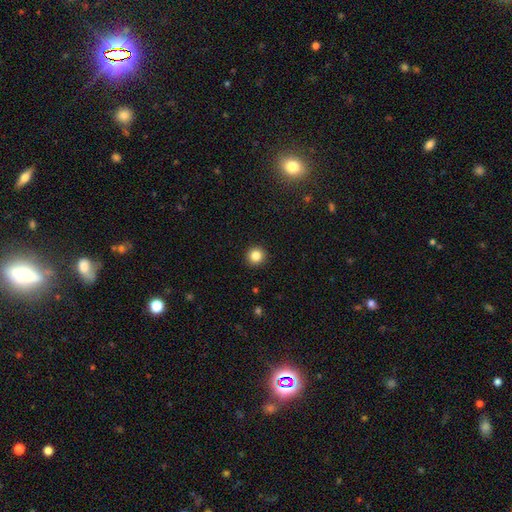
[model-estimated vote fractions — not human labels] Morphology: type=smooth (85%); roundness=round (95%); merging=none (93%).